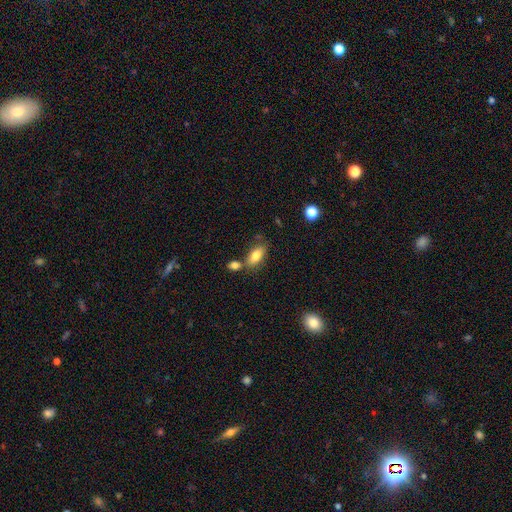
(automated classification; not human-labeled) Morphology: type=smooth (79%); roundness=in between (88%); merging=none (61%).